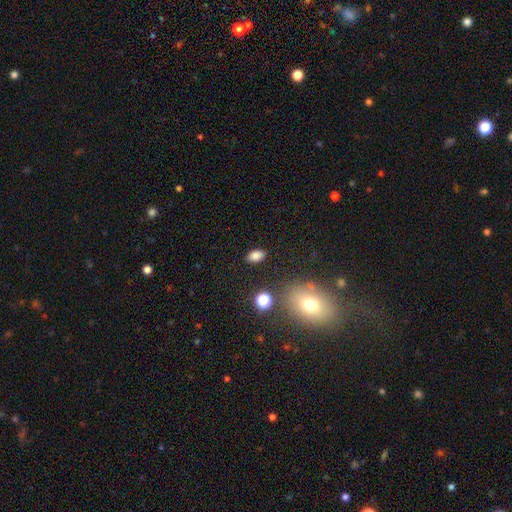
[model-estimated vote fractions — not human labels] smooth 83%, star or artifact 11%, featured or disk 6%. Down the decision tree: how rounded — in between (88%); merging — none (86%).